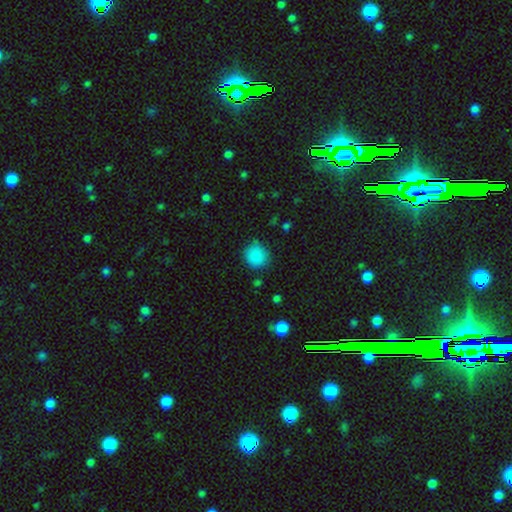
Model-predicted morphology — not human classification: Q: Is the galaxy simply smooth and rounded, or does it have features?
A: smooth — 87%.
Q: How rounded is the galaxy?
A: round — 87%.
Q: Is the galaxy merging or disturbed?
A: none — 78%.